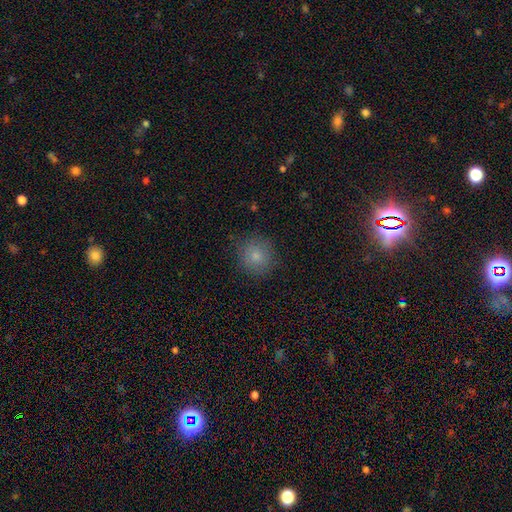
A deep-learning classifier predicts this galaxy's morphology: A smooth galaxy with no disk features (81%) that is round (90%).

Vote fractions:
- Smooth or featured? smooth: 81% / star or artifact: 11% / featured or disk: 8%
- How rounded? round: 90% / in between: 9% / cigar-shaped: 1%
- Merging? none: 85% / minor disturbance: 11% / major disturbance: 3% / merger: 1%